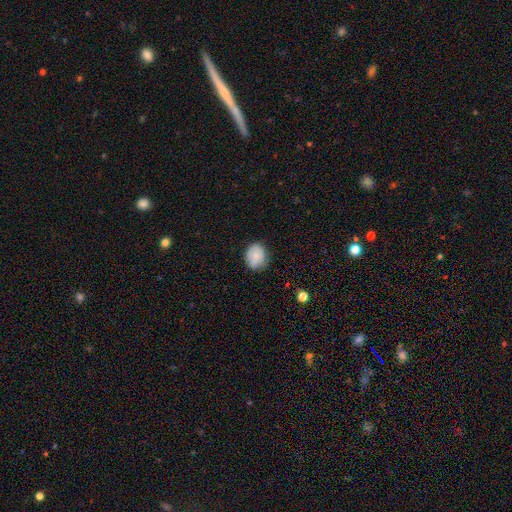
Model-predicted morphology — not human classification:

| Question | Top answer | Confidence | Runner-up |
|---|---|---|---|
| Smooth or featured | smooth | 80% | featured or disk (13%) |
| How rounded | round | 56% | in between (43%) |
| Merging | none | 75% | minor disturbance (20%) |